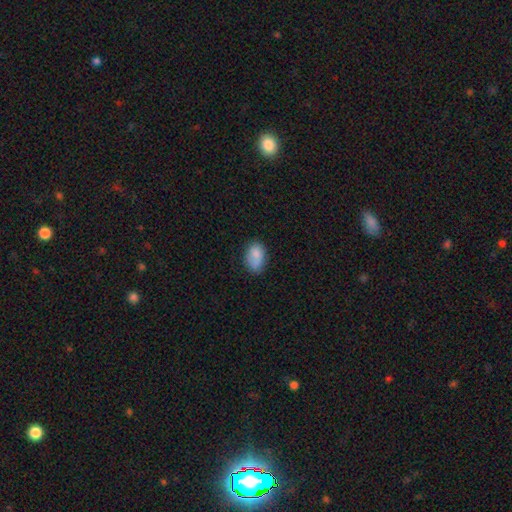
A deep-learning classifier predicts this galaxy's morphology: Smooth or featured?
  - smooth: 82% *
  - featured or disk: 9%
  - star or artifact: 9%
How rounded?
  - in between: 84% *
  - round: 14%
  - cigar-shaped: 1%
Merging?
  - none: 61% *
  - minor disturbance: 27%
  - major disturbance: 8%
  - merger: 5%